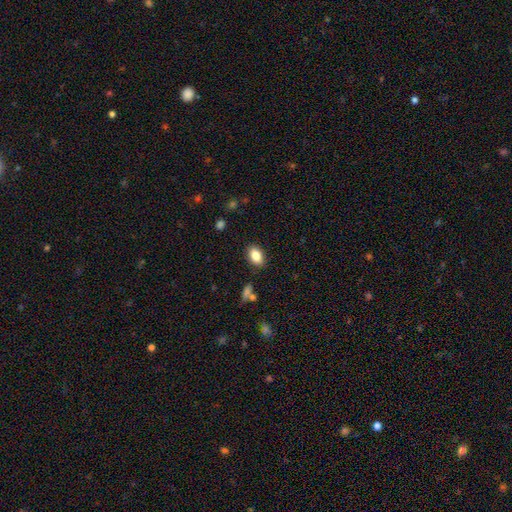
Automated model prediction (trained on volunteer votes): This is clearly a smooth galaxy (84%). How rounded: clearly in between (88%). Merging: clearly none (86%).